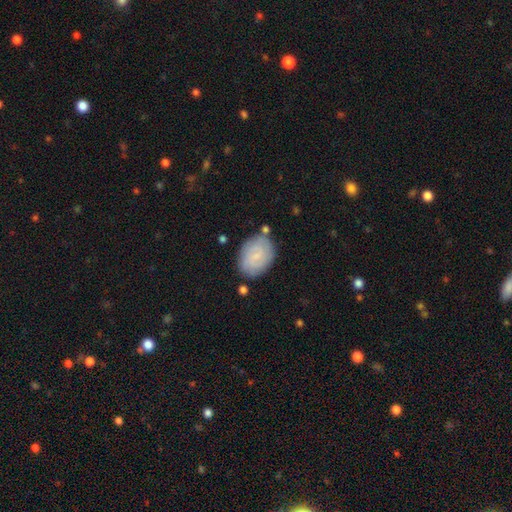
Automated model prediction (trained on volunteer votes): Smooth or featured? Predicted: smooth (p=0.57). How rounded? Predicted: in between (p=0.78). Merging? Predicted: none (p=0.75).